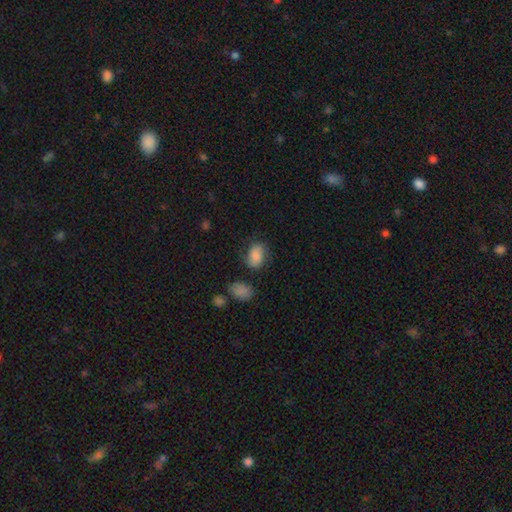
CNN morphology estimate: Smooth or featured: smooth — 71% (featured or disk — 20%)
How rounded: in between — 76% (round — 23%)
Merging: none — 62% (minor disturbance — 24%)